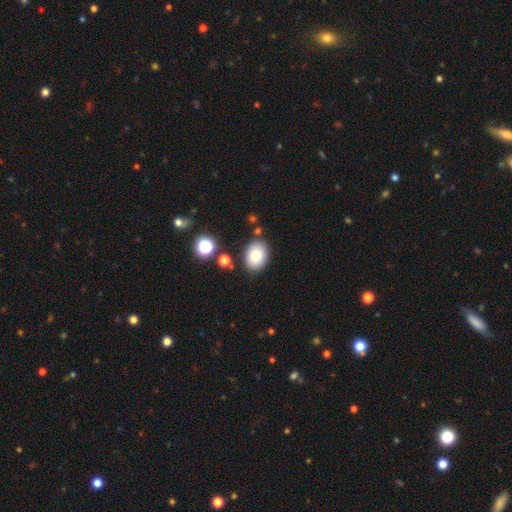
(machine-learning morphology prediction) This is clearly a smooth galaxy (81%). How rounded: likely in between (64%). Merging: clearly none (83%).